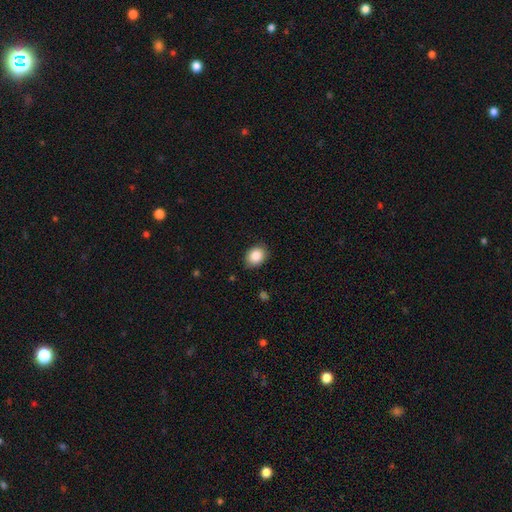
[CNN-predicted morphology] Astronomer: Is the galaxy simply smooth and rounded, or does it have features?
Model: smooth — 87%.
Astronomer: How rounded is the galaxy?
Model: in between — 57% (runner-up: round, 42%).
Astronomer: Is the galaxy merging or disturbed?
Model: none — 84%.